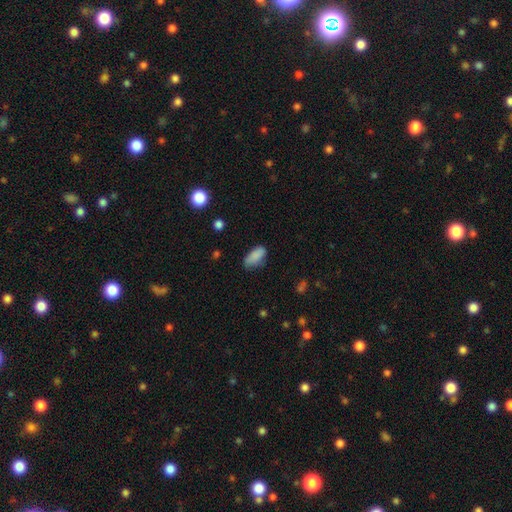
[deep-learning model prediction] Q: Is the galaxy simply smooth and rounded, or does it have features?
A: smooth — 86%.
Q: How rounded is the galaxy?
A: in between — 86%.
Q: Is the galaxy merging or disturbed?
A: none — 65%.